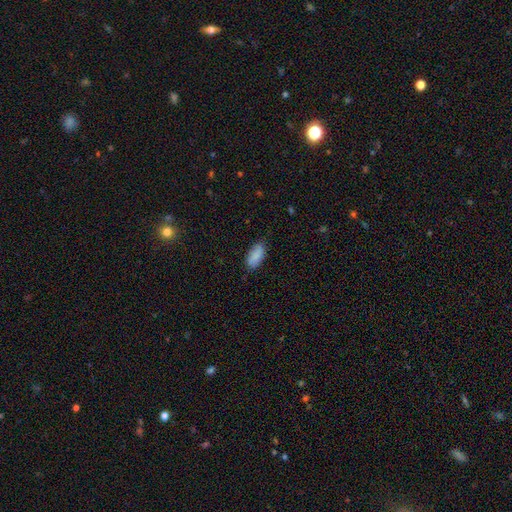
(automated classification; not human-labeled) smooth_or_featured: smooth (p=0.85) [alt: featured or disk p=0.08]
how_rounded: in between (p=0.91) [alt: cigar-shaped p=0.06]
merging: none (p=0.79) [alt: minor disturbance p=0.17]